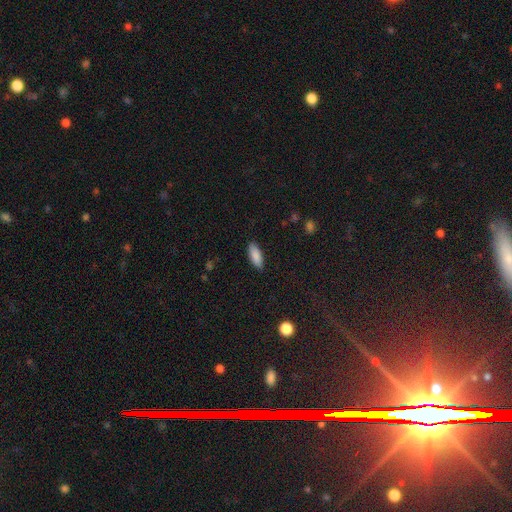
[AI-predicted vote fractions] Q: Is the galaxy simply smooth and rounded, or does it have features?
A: smooth — 88%.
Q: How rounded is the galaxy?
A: in between — 77%.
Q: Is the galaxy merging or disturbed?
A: none — 88%.